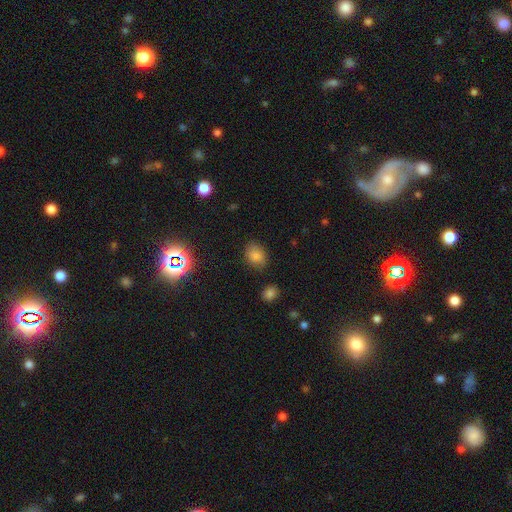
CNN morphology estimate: smooth_or_featured: smooth (p=0.79) [alt: star or artifact p=0.14]
how_rounded: in between (p=0.60) [alt: round p=0.39]
merging: none (p=0.80) [alt: minor disturbance p=0.15]